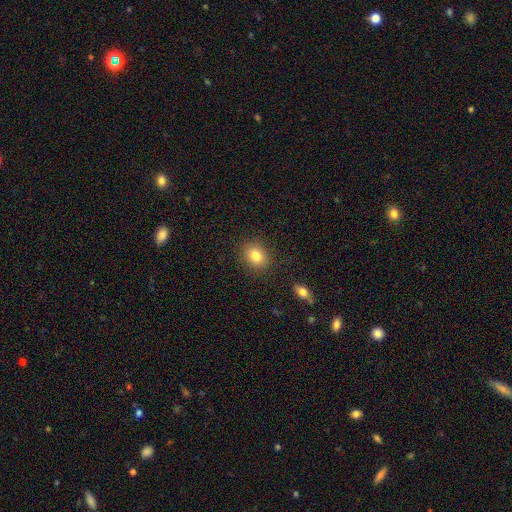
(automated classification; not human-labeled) Morphology: type=smooth (83%); roundness=round (59%); merging=none (87%).